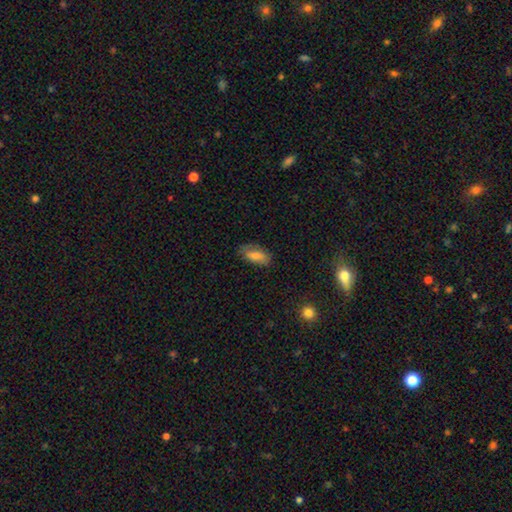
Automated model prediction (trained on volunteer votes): smooth 77%, featured or disk 15%, star or artifact 8%. Down the decision tree: how rounded — in between (87%); merging — none (69%).